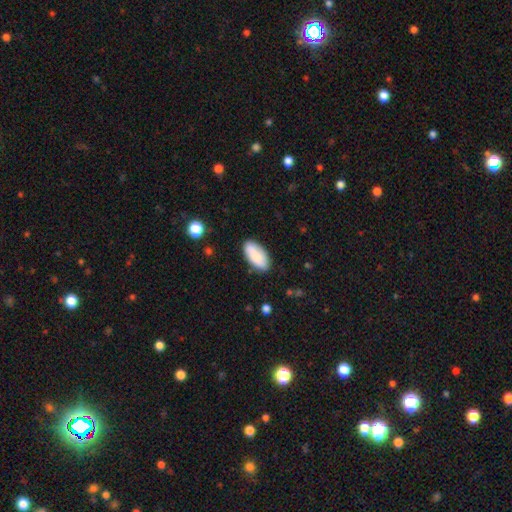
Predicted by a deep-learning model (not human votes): Smooth or featured?
  - smooth: 77% *
  - featured or disk: 17%
  - star or artifact: 6%
How rounded?
  - in between: 92% *
  - cigar-shaped: 6%
  - round: 2%
Merging?
  - none: 83% *
  - minor disturbance: 13%
  - major disturbance: 3%
  - merger: 2%